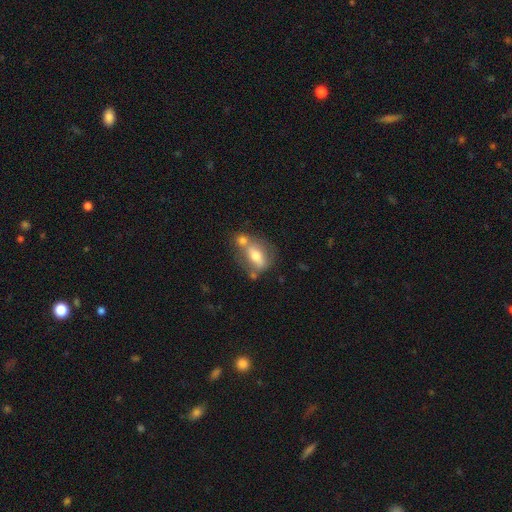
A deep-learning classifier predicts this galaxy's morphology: This is possibly a smooth galaxy (57%). How rounded: likely in between (72%). Merging: possibly merger (45%).